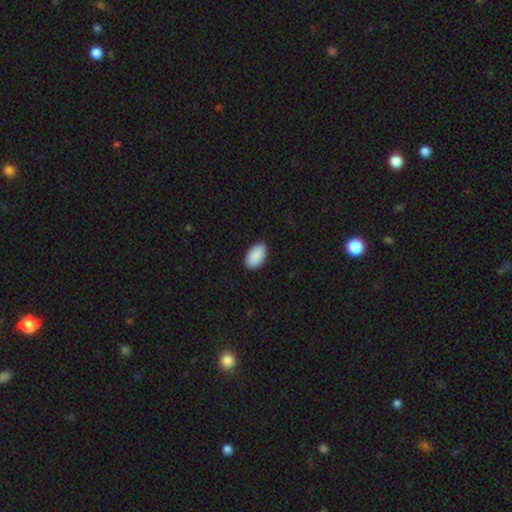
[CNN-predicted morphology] The model was most divided on "merging": none: 89%, minor disturbance: 9%, major disturbance: 2%, merger: 1%. More confident: how rounded — in between (96%); smooth or featured — smooth (92%).